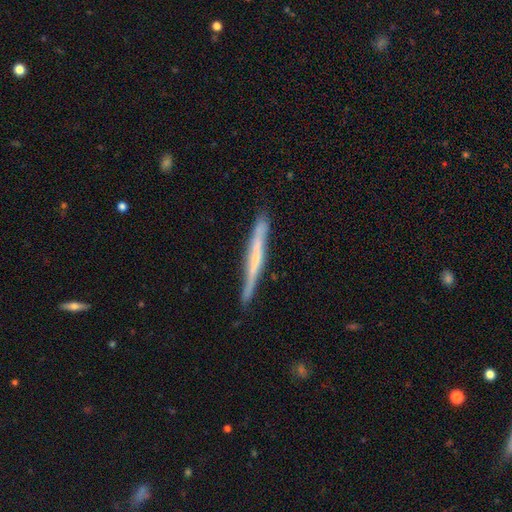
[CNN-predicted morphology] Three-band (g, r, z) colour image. It shows a featured or disk galaxy (63%) viewed edge-on (94%) with no central bulge (60%). Merging: none (80%).